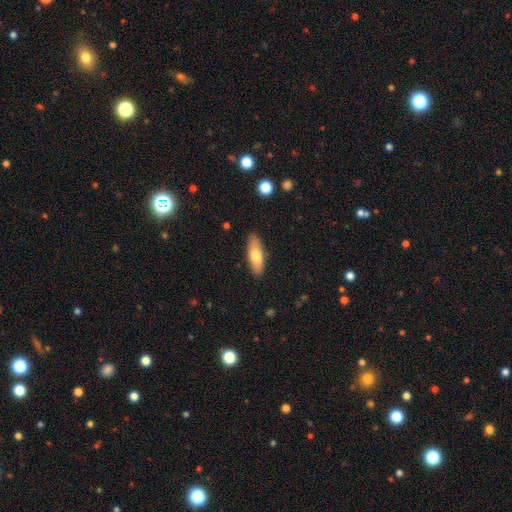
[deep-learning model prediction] Morphology: type=smooth (70%); roundness=in between (65%); merging=none (88%).